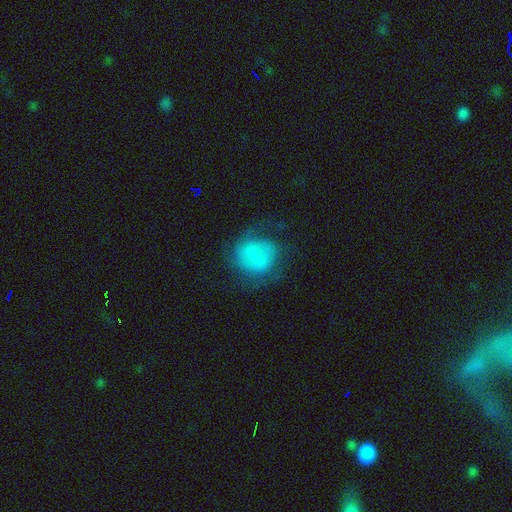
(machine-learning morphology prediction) Q: Smooth or featured?
A: smooth (55%); runner-up: featured or disk (35%)
Q: How rounded?
A: round (71%); runner-up: in between (27%)
Q: Merging?
A: none (53%); runner-up: major disturbance (23%)